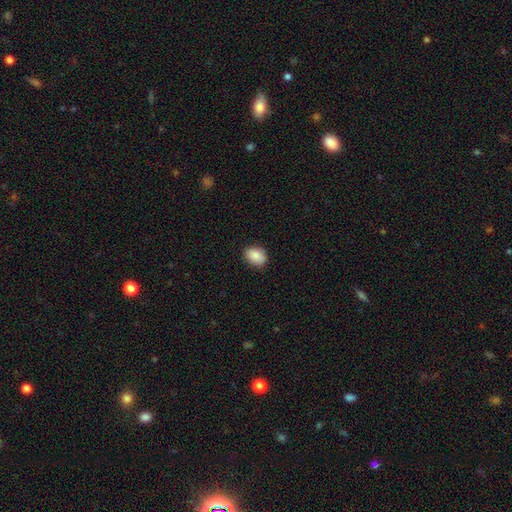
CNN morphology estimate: The model was most divided on "how rounded": in between: 72%, round: 27%, cigar-shaped: 1%. More confident: smooth or featured — smooth (89%); merging — none (87%).